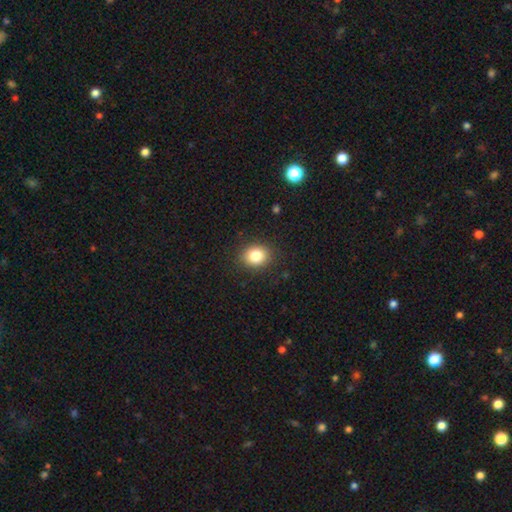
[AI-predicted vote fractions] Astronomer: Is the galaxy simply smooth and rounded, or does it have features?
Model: smooth — 83%.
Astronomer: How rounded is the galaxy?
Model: round — 64%.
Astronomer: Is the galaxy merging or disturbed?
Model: none — 88%.